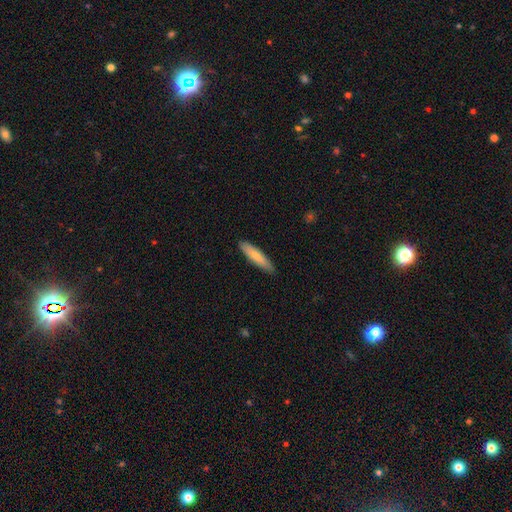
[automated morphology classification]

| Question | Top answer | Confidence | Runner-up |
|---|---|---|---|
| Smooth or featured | smooth | 73% | featured or disk (22%) |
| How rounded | cigar-shaped | 82% | in between (17%) |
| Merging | none | 87% | minor disturbance (10%) |